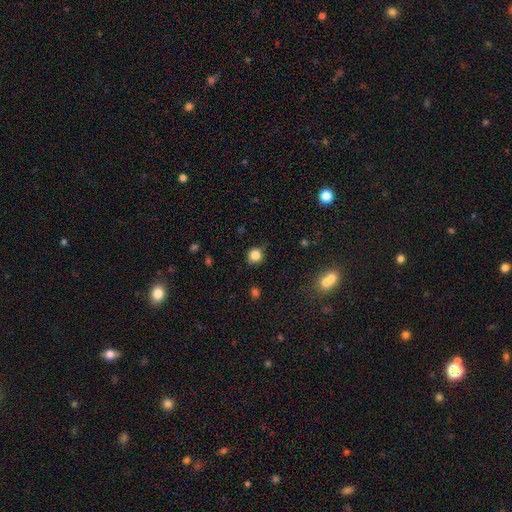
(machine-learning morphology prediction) smooth-or-featured: smooth: 83% | star or artifact: 12% | featured or disk: 5%
  how-rounded: round: 85% | in between: 14% | cigar-shaped: 1%
  merging: none: 79% | minor disturbance: 16% | major disturbance: 4% | merger: 2%